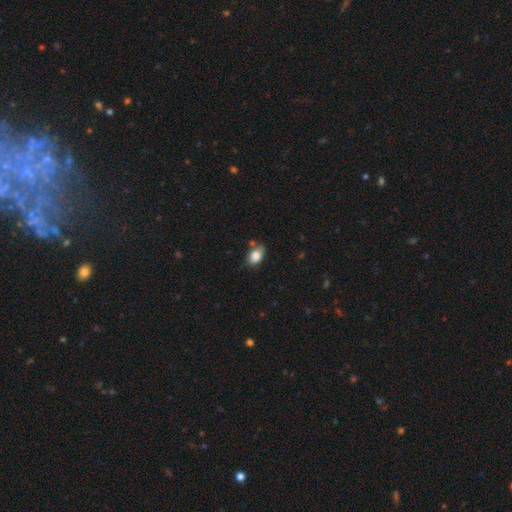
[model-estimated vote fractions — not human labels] smooth_or_featured: smooth (p=0.82) [alt: featured or disk p=0.10]
how_rounded: in between (p=0.87) [alt: round p=0.11]
merging: none (p=0.67) [alt: minor disturbance p=0.22]